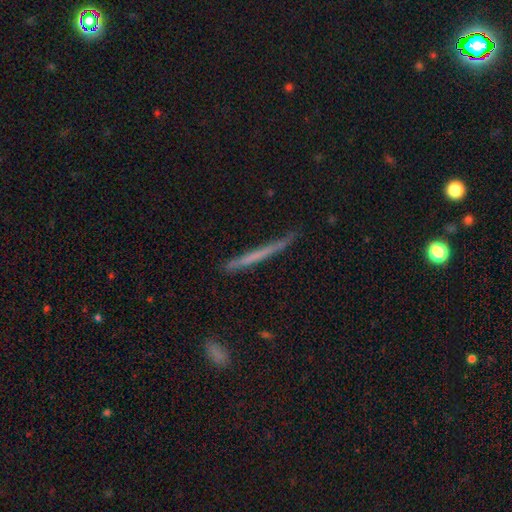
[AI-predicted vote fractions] A smooth galaxy with no disk features (51%) that is cigar-shaped (97%).

Vote fractions:
- Smooth or featured? smooth: 51% / featured or disk: 42% / star or artifact: 7%
- How rounded? cigar-shaped: 97% / in between: 2% / round: 2%
- Merging? none: 78% / minor disturbance: 17% / major disturbance: 3% / merger: 2%